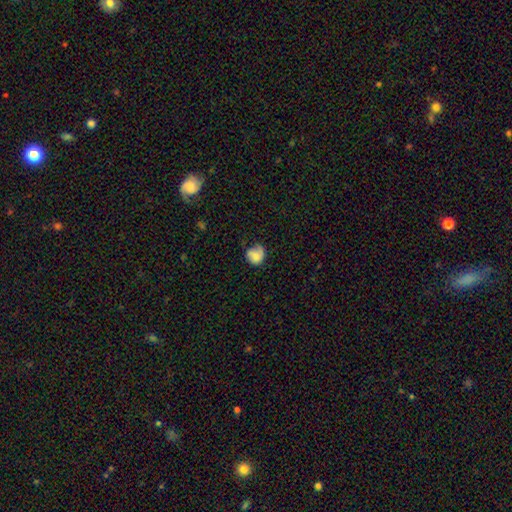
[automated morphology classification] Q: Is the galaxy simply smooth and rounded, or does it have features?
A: smooth — 67%.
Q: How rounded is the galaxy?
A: round — 74%.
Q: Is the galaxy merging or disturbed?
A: none — 49%.